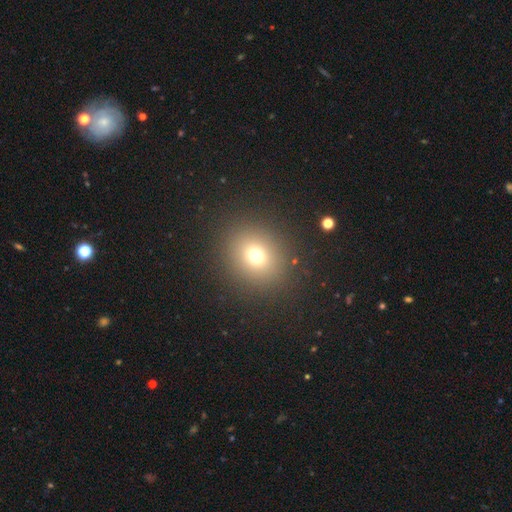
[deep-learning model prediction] smooth_or_featured: smooth (p=0.72) [alt: star or artifact p=0.18]
how_rounded: round (p=0.76) [alt: in between p=0.23]
merging: none (p=0.88) [alt: minor disturbance p=0.07]